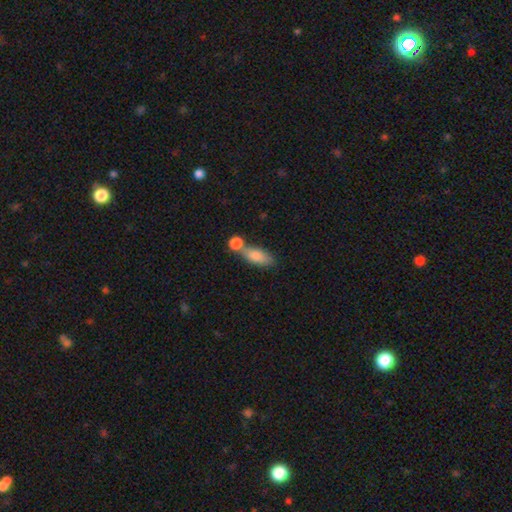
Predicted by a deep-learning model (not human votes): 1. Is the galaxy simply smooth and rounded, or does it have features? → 81% smooth, 12% featured or disk, 7% star or artifact.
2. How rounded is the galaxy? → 77% in between, 18% cigar-shaped, 5% round.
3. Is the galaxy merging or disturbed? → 42% none, 40% merger, 13% minor disturbance, 5% major disturbance.